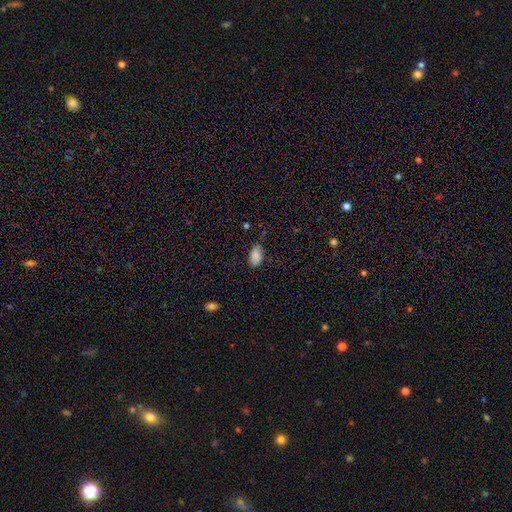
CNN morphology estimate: The model was most divided on "merging": none: 75%, minor disturbance: 20%, major disturbance: 4%, merger: 1%. More confident: how rounded — in between (94%); smooth or featured — smooth (86%).